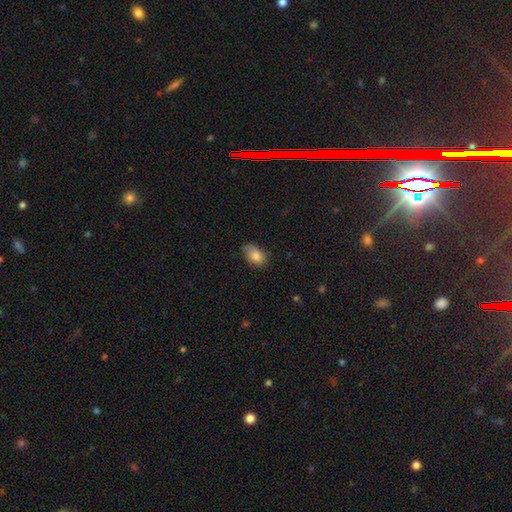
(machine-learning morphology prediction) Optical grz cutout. It shows a smooth galaxy with no disk features (81%) that is in between round and cigar-shaped (85%). Merging: none (59%).